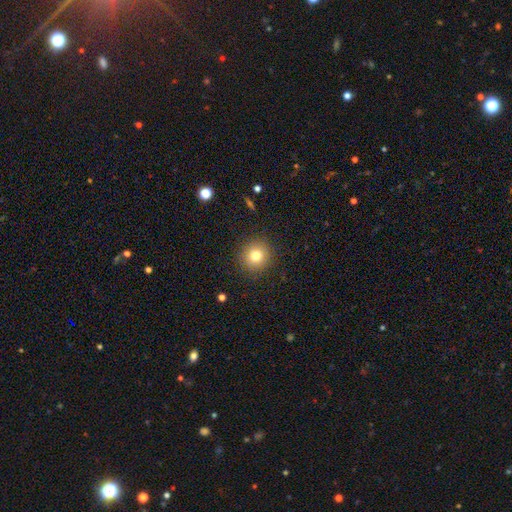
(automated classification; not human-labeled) Q: Smooth or featured?
A: smooth (79%); runner-up: star or artifact (12%)
Q: How rounded?
A: round (92%); runner-up: in between (7%)
Q: Merging?
A: none (90%); runner-up: minor disturbance (7%)